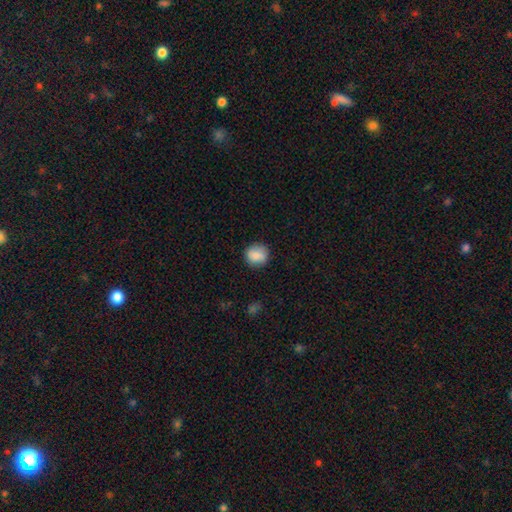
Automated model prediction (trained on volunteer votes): Q: Smooth or featured?
A: smooth (83%); runner-up: featured or disk (9%)
Q: How rounded?
A: round (88%); runner-up: in between (11%)
Q: Merging?
A: none (85%); runner-up: minor disturbance (11%)